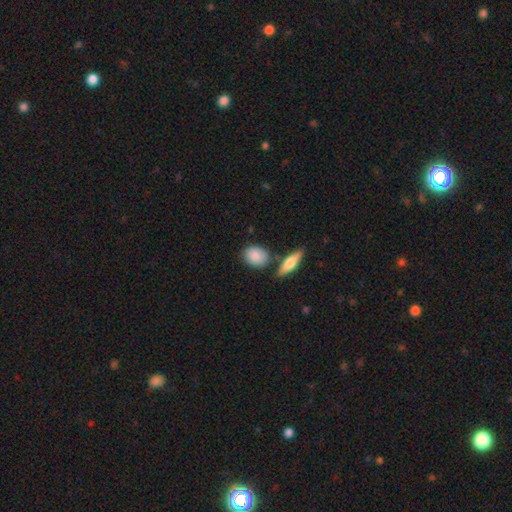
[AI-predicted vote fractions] Smooth or featured?
  - smooth: 84% *
  - featured or disk: 10%
  - star or artifact: 6%
How rounded?
  - in between: 56% *
  - round: 40%
  - cigar-shaped: 4%
Merging?
  - none: 71% *
  - minor disturbance: 15%
  - merger: 11%
  - major disturbance: 3%